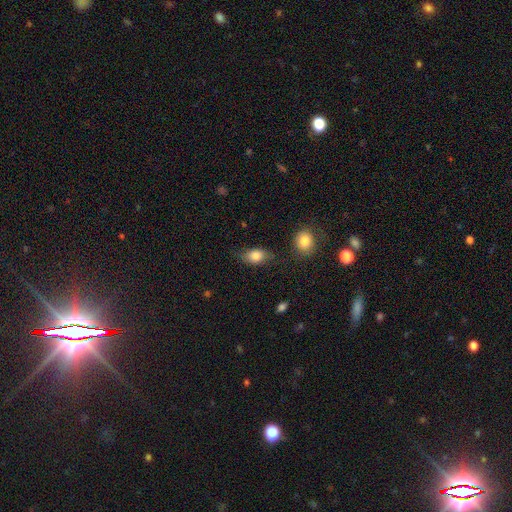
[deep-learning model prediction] Overall: smooth (82%). How rounded: in between (81%). Merging: none (70%).